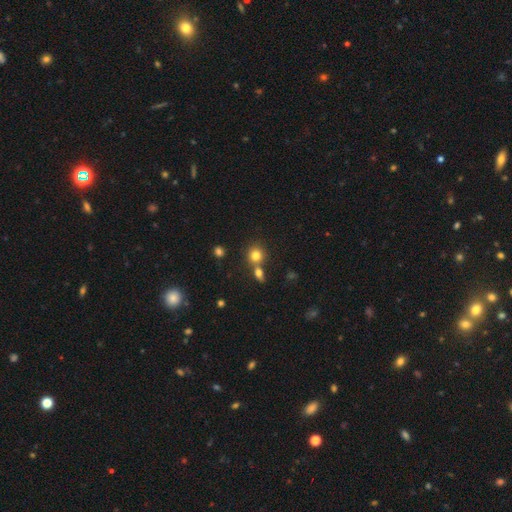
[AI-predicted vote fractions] smooth 79%, star or artifact 13%, featured or disk 9%. Down the decision tree: how rounded — round (86%); merging — none (57%).